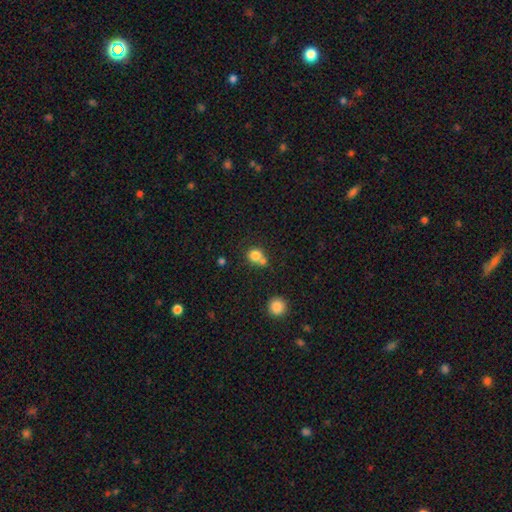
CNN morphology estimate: smooth-or-featured: smooth: 79% | star or artifact: 12% | featured or disk: 9%
  how-rounded: round: 85% | in between: 14% | cigar-shaped: 1%
  merging: none: 48% | merger: 39% | minor disturbance: 9% | major disturbance: 4%